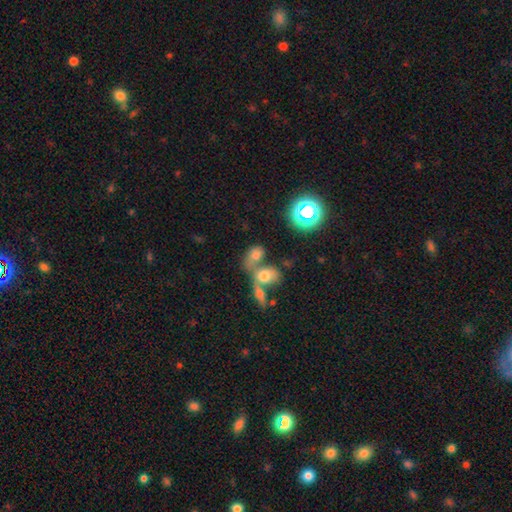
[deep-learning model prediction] Smooth or featured? Predicted: smooth (p=0.62). How rounded? Predicted: in between (p=0.70). Merging? Predicted: merger (p=0.58).